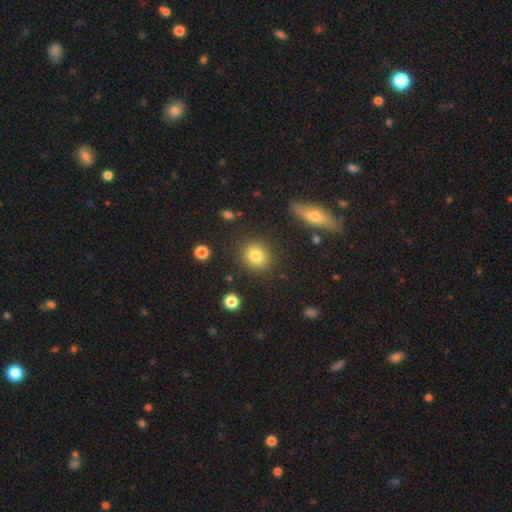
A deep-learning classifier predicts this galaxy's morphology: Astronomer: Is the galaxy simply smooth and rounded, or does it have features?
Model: smooth — 81%.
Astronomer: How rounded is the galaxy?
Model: round — 82%.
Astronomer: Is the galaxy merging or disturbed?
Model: none — 87%.